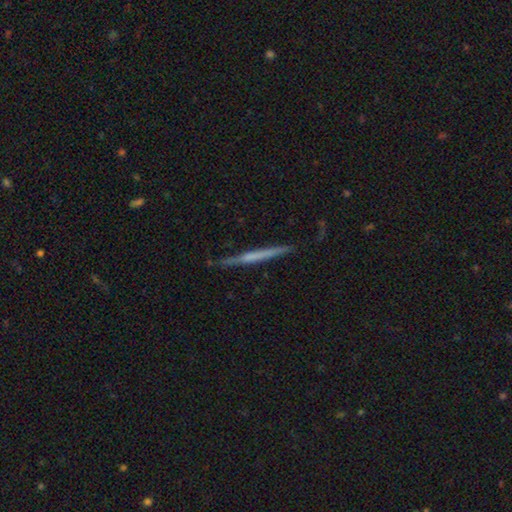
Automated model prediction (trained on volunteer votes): This is possibly a featured or disk galaxy (58%). It is clearly viewed edge-on (98%). Edge-on bulge: likely none (76%). Merging: clearly none (88%).